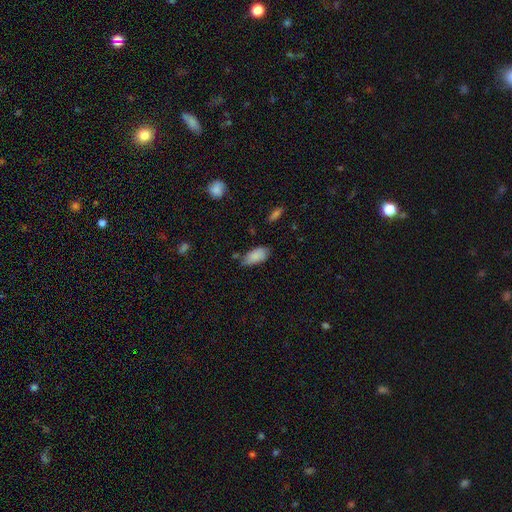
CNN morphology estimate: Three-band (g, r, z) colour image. It shows a smooth galaxy with no disk features (86%) that is in between round and cigar-shaped (90%). Merging: none (65%).